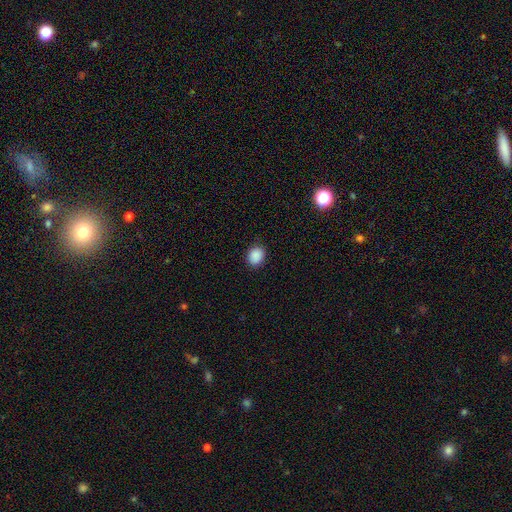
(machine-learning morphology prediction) A smooth galaxy with no disk features (89%) that is round (56%). Merging: none (88%).